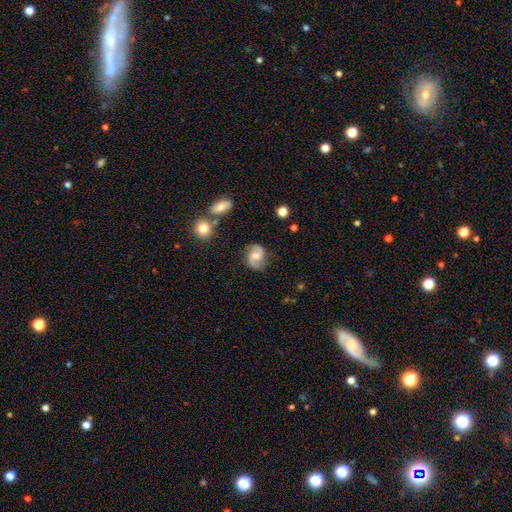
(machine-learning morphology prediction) Smooth or featured? featured or disk (79%)
Edge-on disk? no (98%)
Bar? no (52%)
Spiral arms? yes (96%)
Spiral winding? medium (52%)
Spiral arm count? 2 (93%)
Bulge size? moderate (58%)
Merging? none (81%)